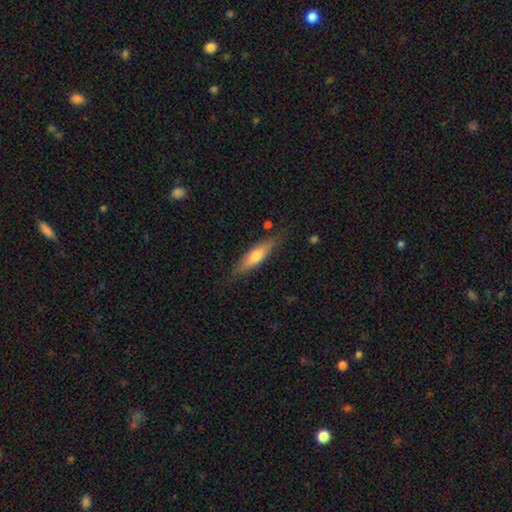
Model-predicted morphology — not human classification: This appears to be a smooth galaxy with no disk features (59%) that is cigar-shaped (65%). Merging: none (79%).